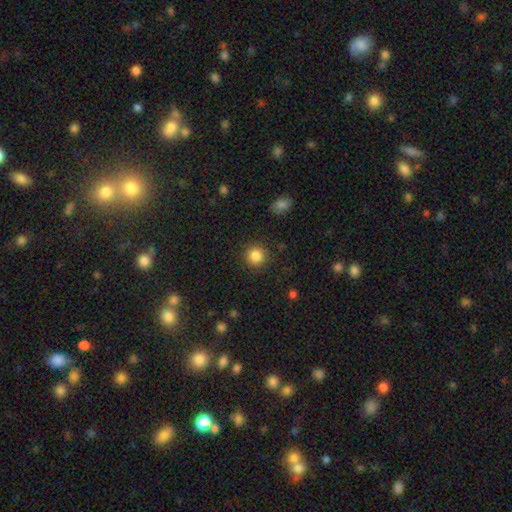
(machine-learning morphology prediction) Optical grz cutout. It shows a smooth galaxy with no disk features (85%) that is round (94%). Merging: none (90%).